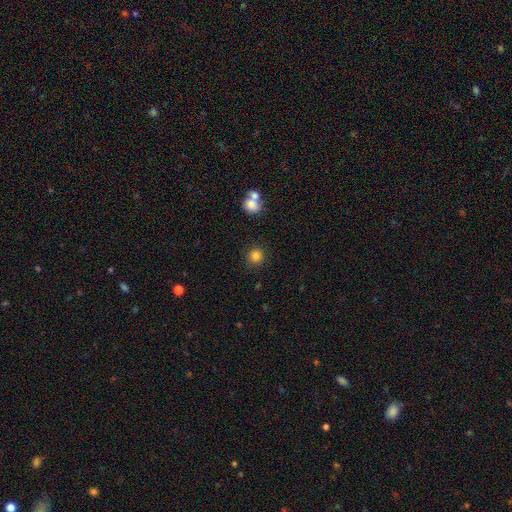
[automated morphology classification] A smooth galaxy with no disk features (83%) that is round (91%).

Vote fractions:
- Smooth or featured? smooth: 83% / star or artifact: 12% / featured or disk: 5%
- How rounded? round: 91% / in between: 8% / cigar-shaped: 1%
- Merging? none: 84% / minor disturbance: 8% / merger: 5% / major disturbance: 3%